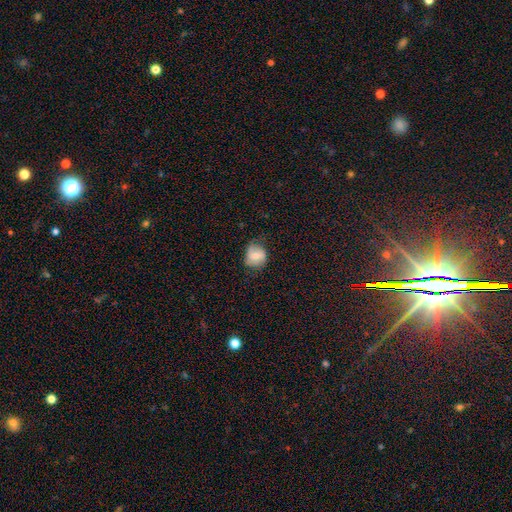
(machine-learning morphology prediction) Q: Smooth or featured?
A: smooth (60%); runner-up: featured or disk (32%)
Q: How rounded?
A: round (71%); runner-up: in between (28%)
Q: Merging?
A: none (63%); runner-up: minor disturbance (27%)